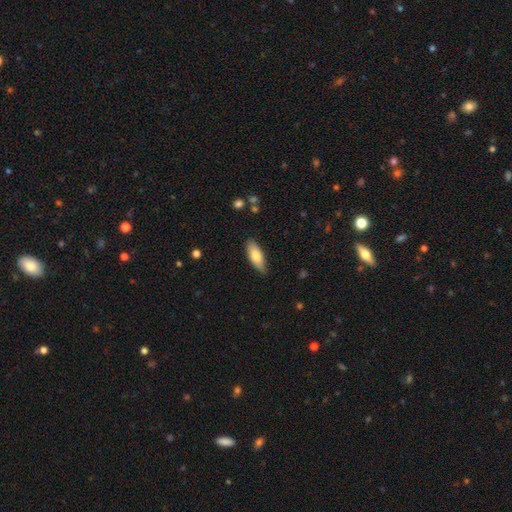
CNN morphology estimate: smooth 76%, featured or disk 18%, star or artifact 6%. Down the decision tree: how rounded — in between (75%); merging — none (83%).